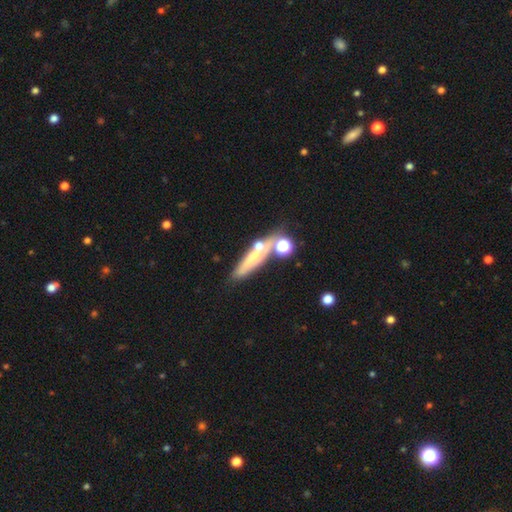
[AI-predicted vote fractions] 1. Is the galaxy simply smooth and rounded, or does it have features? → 51% smooth, 32% featured or disk, 17% star or artifact.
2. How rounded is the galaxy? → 68% cigar-shaped, 21% in between, 11% round.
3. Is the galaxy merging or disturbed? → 54% none, 20% merger, 16% minor disturbance, 9% major disturbance.